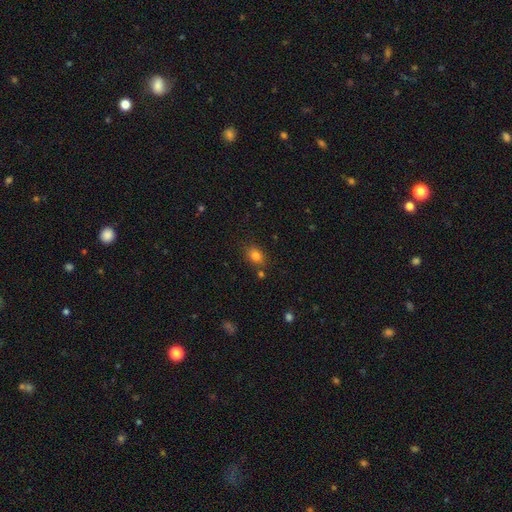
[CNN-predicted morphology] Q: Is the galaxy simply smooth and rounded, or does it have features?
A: smooth — 80%.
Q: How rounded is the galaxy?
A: in between — 59%.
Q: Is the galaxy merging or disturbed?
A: none — 78%.